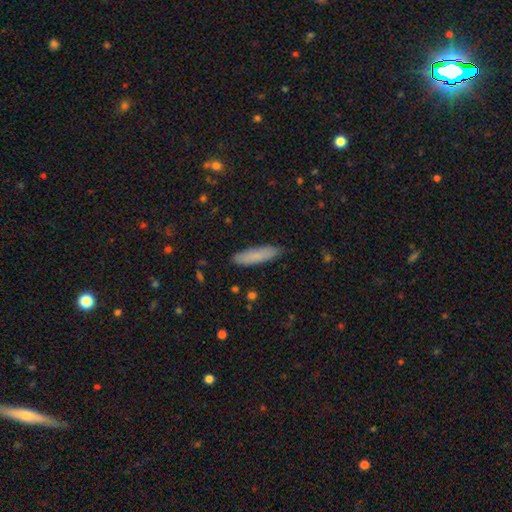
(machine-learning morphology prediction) This appears to be a smooth galaxy with no disk features (81%) that is cigar-shaped (73%). Merging: none (87%).